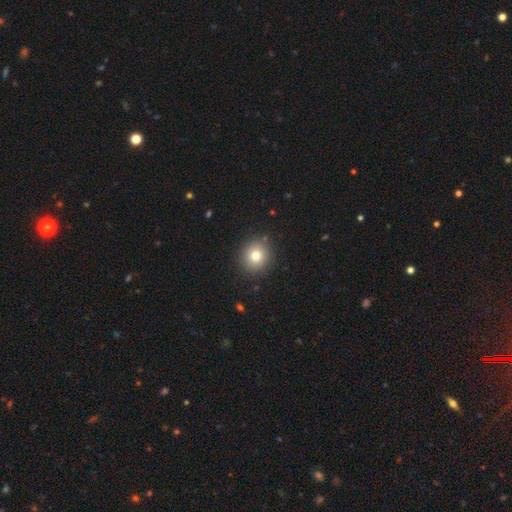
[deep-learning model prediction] smooth 77%, star or artifact 12%, featured or disk 10%. Down the decision tree: how rounded — round (88%); merging — none (90%).